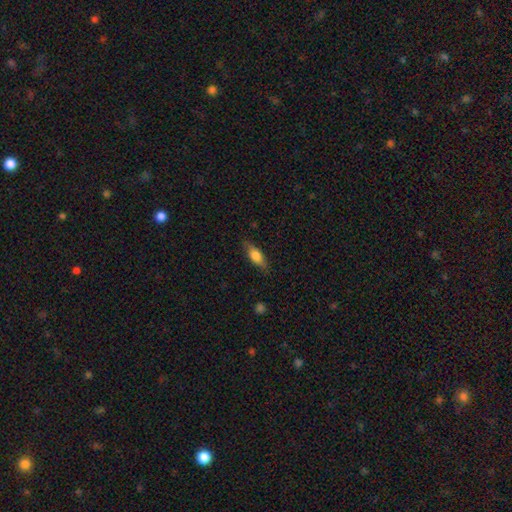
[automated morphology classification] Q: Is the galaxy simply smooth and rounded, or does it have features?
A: smooth — 67%.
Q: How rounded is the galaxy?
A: in between — 65%.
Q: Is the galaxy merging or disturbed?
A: none — 81%.